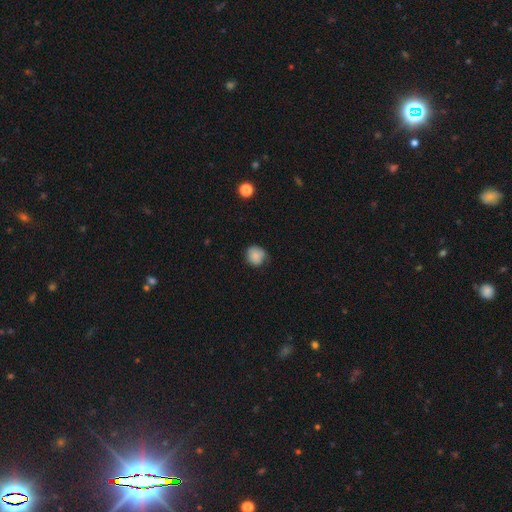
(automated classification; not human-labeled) smooth_or_featured: smooth (p=0.83) [alt: star or artifact p=0.09]
how_rounded: round (p=0.85) [alt: in between p=0.14]
merging: none (p=0.68) [alt: minor disturbance p=0.26]